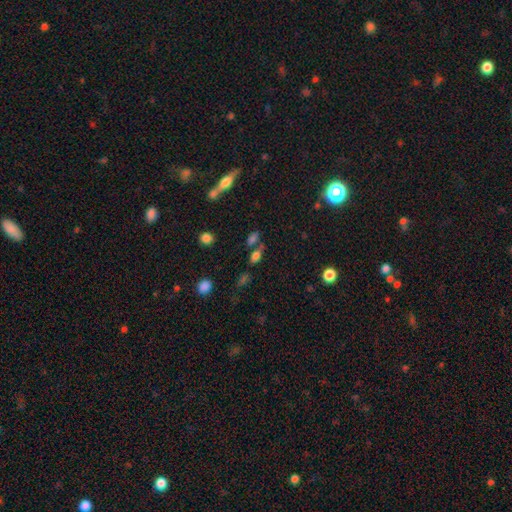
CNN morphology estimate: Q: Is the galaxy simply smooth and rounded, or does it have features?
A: smooth — 71%.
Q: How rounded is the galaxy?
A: in between — 80%.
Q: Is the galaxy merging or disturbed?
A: none — 52%.